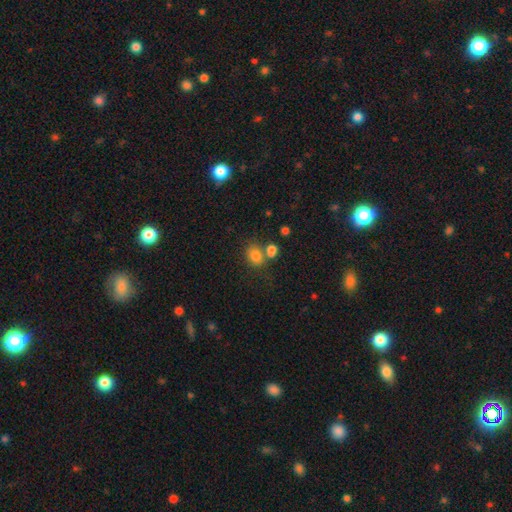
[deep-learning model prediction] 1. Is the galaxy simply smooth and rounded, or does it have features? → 81% smooth, 12% star or artifact, 8% featured or disk.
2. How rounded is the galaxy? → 54% in between, 45% round, 1% cigar-shaped.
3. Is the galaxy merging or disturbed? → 53% none, 29% merger, 13% minor disturbance, 5% major disturbance.